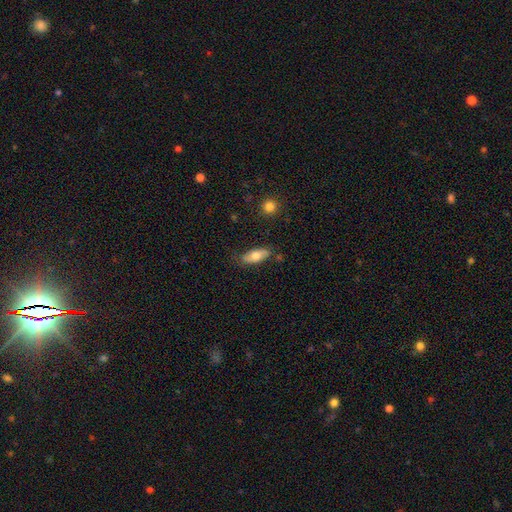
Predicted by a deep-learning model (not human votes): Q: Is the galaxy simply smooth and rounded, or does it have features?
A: smooth — 69%.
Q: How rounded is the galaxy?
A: in between — 79%.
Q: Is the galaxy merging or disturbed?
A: none — 76%.